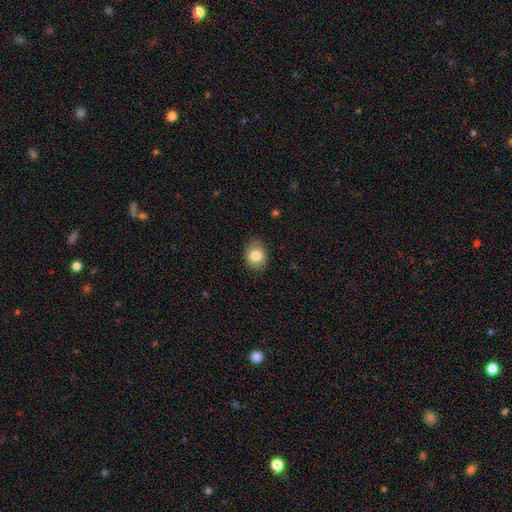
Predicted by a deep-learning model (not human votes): Smooth or featured? Predicted: smooth (p=0.83). How rounded? Predicted: in between (p=0.60). Merging? Predicted: none (p=0.86).